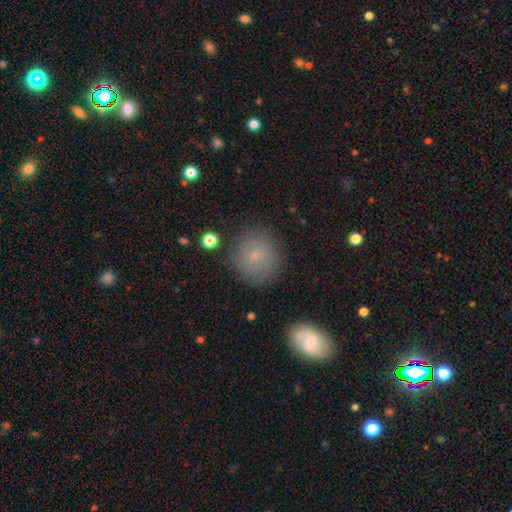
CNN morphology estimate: A smooth galaxy with no disk features (69%) that is round (85%).

Vote fractions:
- Smooth or featured? smooth: 69% / featured or disk: 20% / star or artifact: 11%
- How rounded? round: 85% / in between: 14% / cigar-shaped: 1%
- Merging? none: 83% / minor disturbance: 11% / major disturbance: 4% / merger: 2%